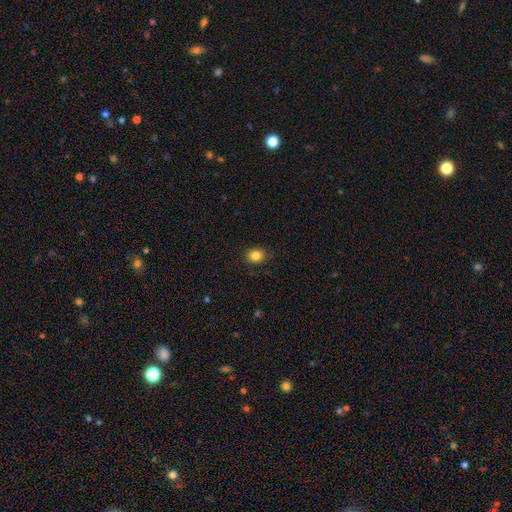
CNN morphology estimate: Smooth or featured?
  - smooth: 84% *
  - star or artifact: 11%
  - featured or disk: 5%
How rounded?
  - round: 65% *
  - in between: 34%
  - cigar-shaped: 1%
Merging?
  - none: 88% *
  - minor disturbance: 9%
  - major disturbance: 2%
  - merger: 1%